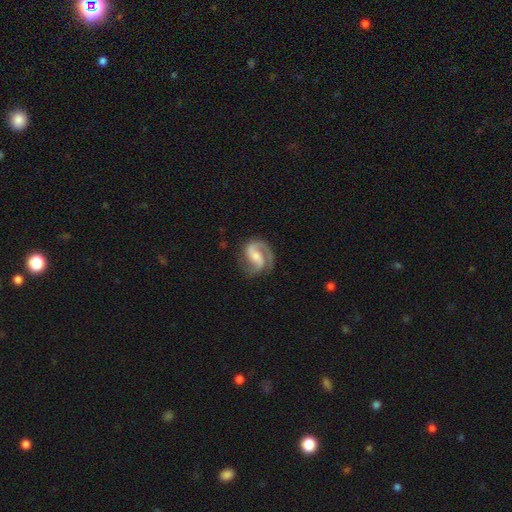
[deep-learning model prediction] smooth_or_featured: featured or disk (p=0.88) [alt: smooth p=0.07]
disk_edge_on: no (p=0.98) [alt: yes p=0.02]
bar: weak (p=0.43) [alt: no p=0.35]
has_spiral_arms: yes (p=0.97) [alt: no p=0.03]
spiral_winding: medium (p=0.55) [alt: tight p=0.25]
spiral_arm_count: 2 (p=0.83) [alt: 1 p=0.10]
bulge_size: small (p=0.42) [alt: moderate p=0.39]
merging: none (p=0.72) [alt: minor disturbance p=0.17]